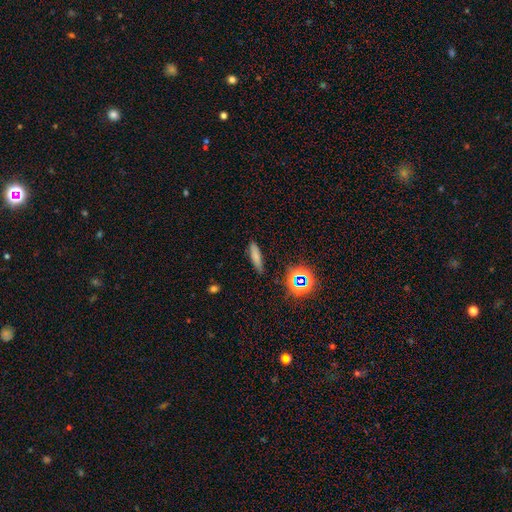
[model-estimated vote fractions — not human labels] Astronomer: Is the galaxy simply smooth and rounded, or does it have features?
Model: smooth — 72%.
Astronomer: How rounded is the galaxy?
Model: cigar-shaped — 75%.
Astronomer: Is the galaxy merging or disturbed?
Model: none — 84%.